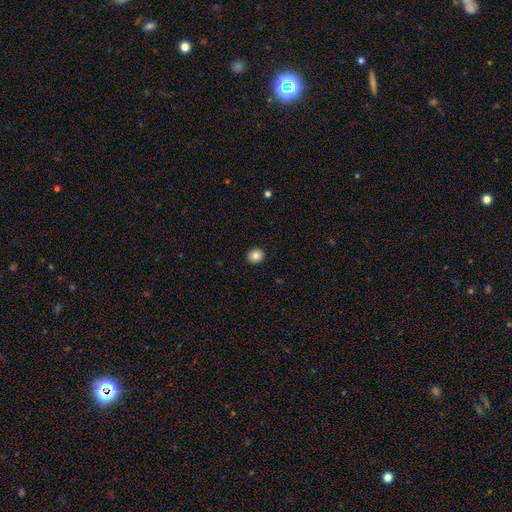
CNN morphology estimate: smooth_or_featured: smooth (p=0.84) [alt: star or artifact p=0.09]
how_rounded: round (p=0.86) [alt: in between p=0.13]
merging: none (p=0.93) [alt: minor disturbance p=0.05]